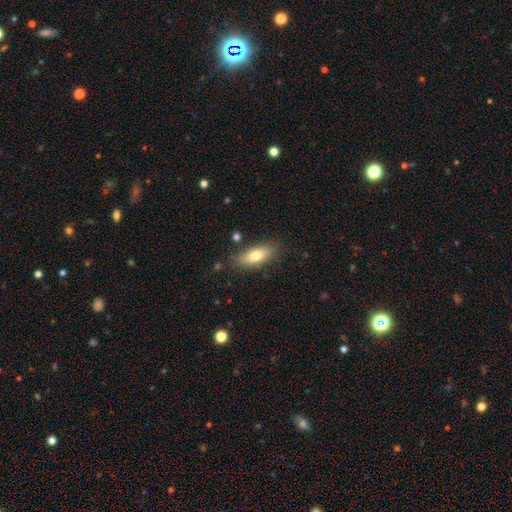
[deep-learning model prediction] This is likely a smooth galaxy (75%). How rounded: likely in between (77%). Merging: clearly none (81%).